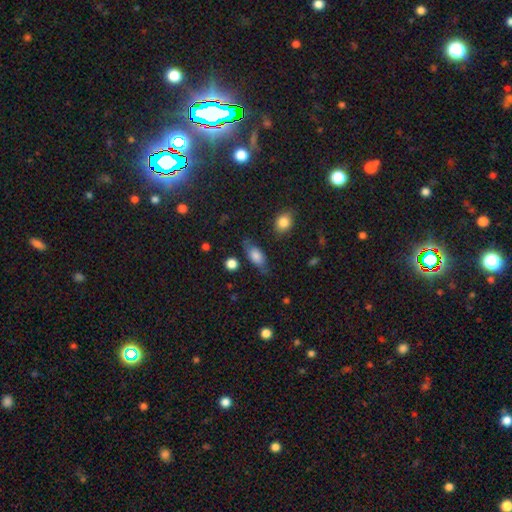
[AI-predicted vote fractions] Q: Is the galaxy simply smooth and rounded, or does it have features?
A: smooth — 74%.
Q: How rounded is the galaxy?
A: in between — 81%.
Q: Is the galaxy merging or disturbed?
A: none — 66%.